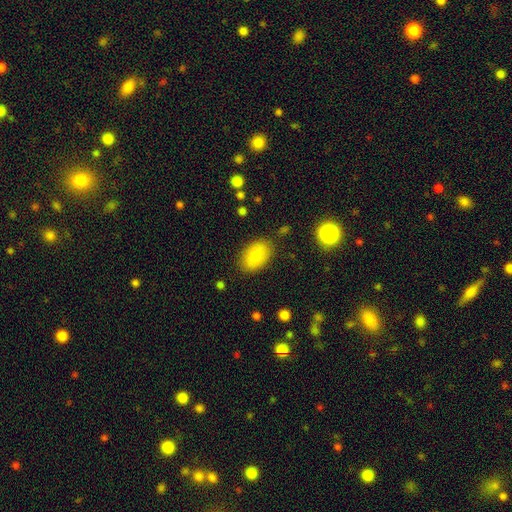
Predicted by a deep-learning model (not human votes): A smooth galaxy with no disk features (79%) that is in between round and cigar-shaped (87%).

Vote fractions:
- Smooth or featured? smooth: 79% / featured or disk: 13% / star or artifact: 8%
- How rounded? in between: 87% / round: 12% / cigar-shaped: 1%
- Merging? none: 84% / minor disturbance: 11% / major disturbance: 3% / merger: 2%